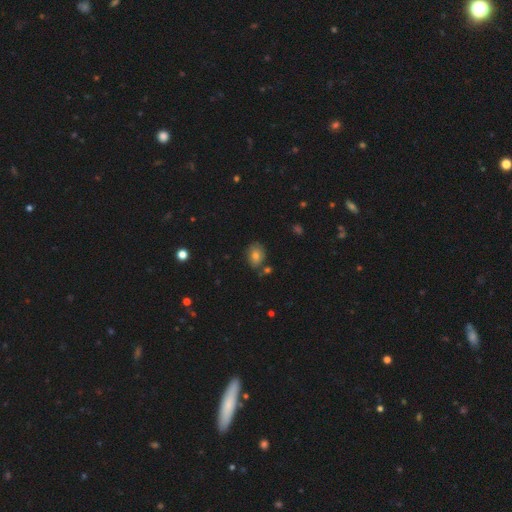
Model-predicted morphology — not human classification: A smooth galaxy with no disk features (77%) that is in between round and cigar-shaped (65%).

Vote fractions:
- Smooth or featured? smooth: 77% / featured or disk: 12% / star or artifact: 11%
- How rounded? in between: 65% / round: 34% / cigar-shaped: 1%
- Merging? none: 73% / minor disturbance: 16% / merger: 7% / major disturbance: 4%